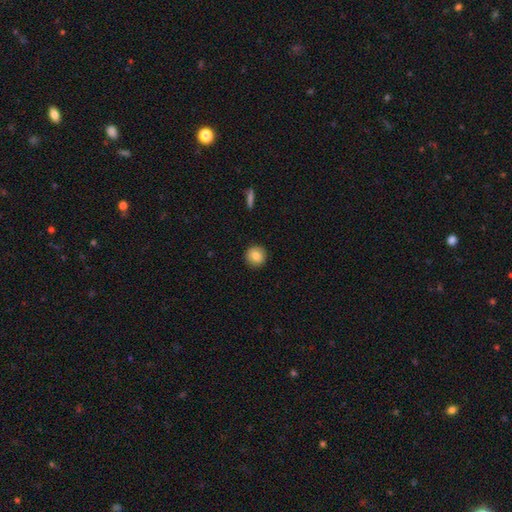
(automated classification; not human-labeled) Overall: smooth (82%). How rounded: round (94%). Merging: none (92%).